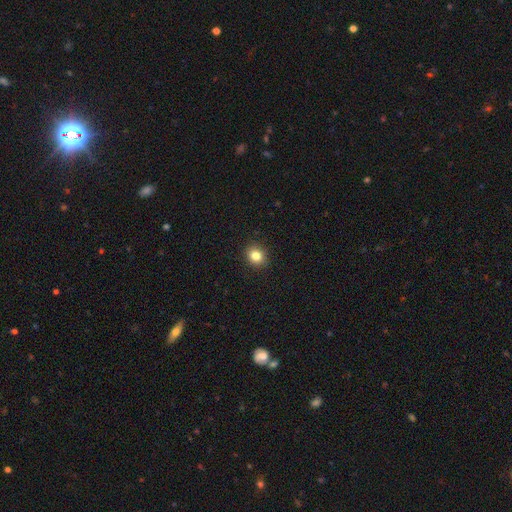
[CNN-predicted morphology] type=smooth (83%); roundness=round (75%); merging=none (91%).